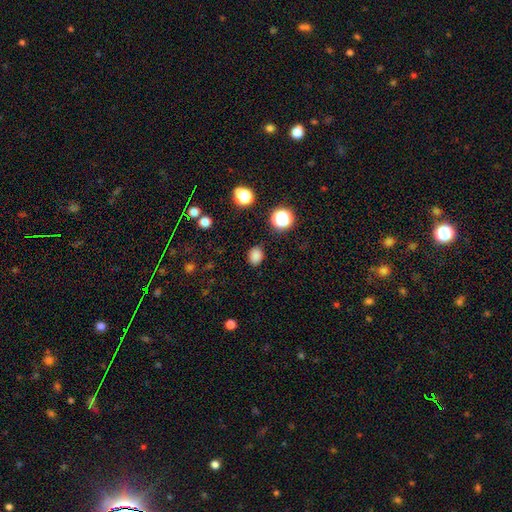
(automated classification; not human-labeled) Smooth or featured: smooth — 82% (star or artifact — 14%)
How rounded: in between — 52% (round — 47%)
Merging: none — 85% (minor disturbance — 10%)